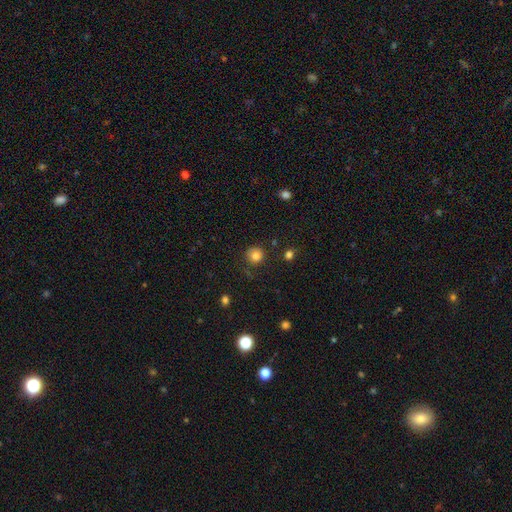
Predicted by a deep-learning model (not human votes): This is clearly a smooth galaxy (82%). How rounded: clearly round (92%). Merging: clearly none (82%).